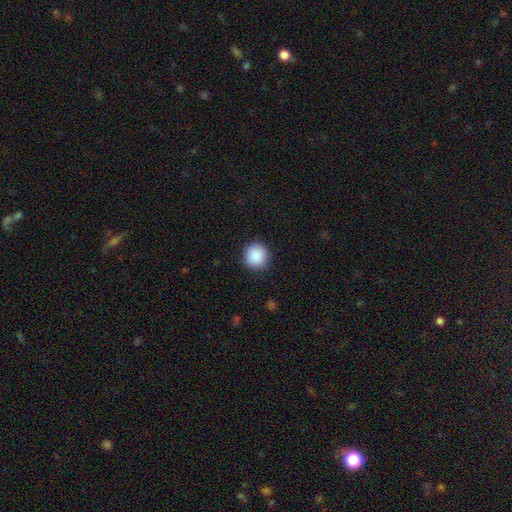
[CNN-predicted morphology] smooth_or_featured: smooth (p=0.89) [alt: star or artifact p=0.08]
how_rounded: round (p=0.94) [alt: in between p=0.05]
merging: none (p=0.91) [alt: minor disturbance p=0.06]